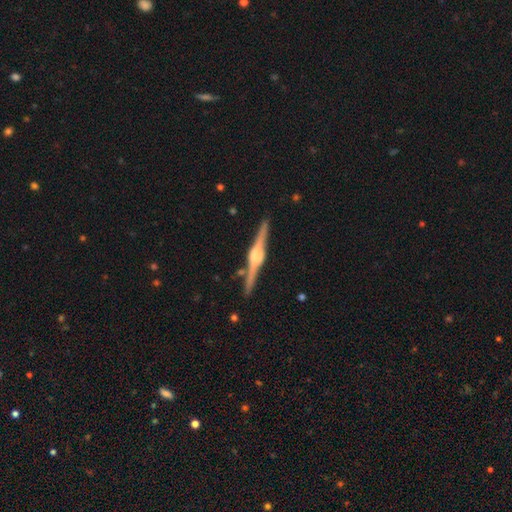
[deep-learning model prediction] This is clearly a featured or disk galaxy (87%). It is clearly viewed edge-on (98%). Edge-on bulge: clearly rounded (83%). Merging: clearly none (90%).